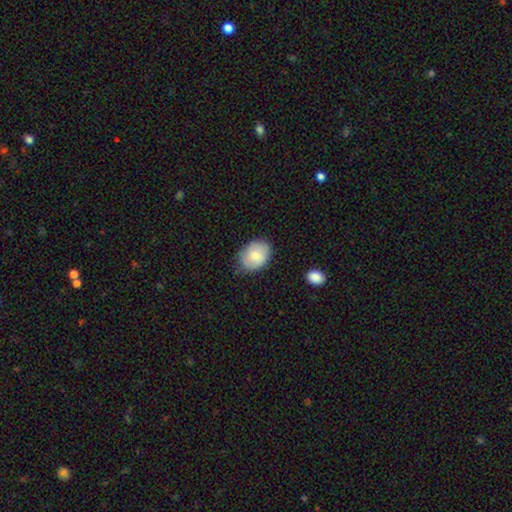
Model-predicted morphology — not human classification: The model was most divided on "how rounded": in between: 64%, round: 35%, cigar-shaped: 1%. More confident: merging — none (76%); smooth or featured — smooth (74%).